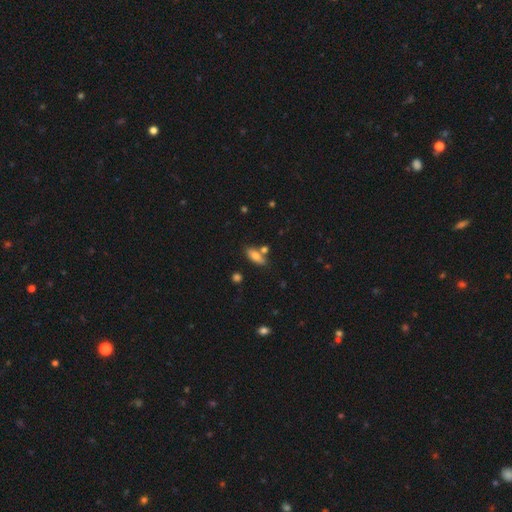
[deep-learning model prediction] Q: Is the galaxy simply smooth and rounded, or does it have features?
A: smooth — 76%.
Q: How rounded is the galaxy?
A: in between — 79%.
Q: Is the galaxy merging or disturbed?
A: none — 67%.